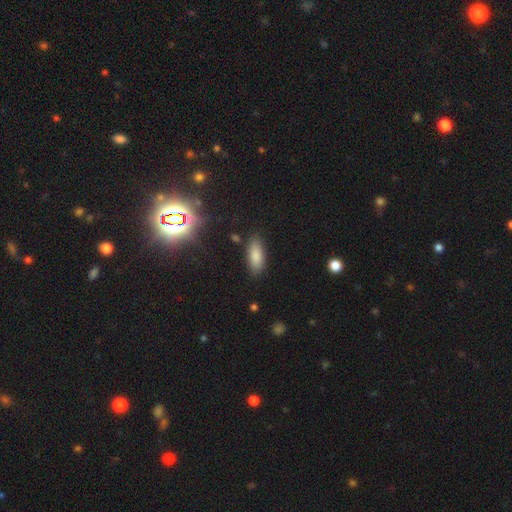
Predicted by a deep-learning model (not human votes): smooth_or_featured: smooth (p=0.83) [alt: star or artifact p=0.09]
how_rounded: in between (p=0.78) [alt: cigar-shaped p=0.19]
merging: none (p=0.84) [alt: minor disturbance p=0.11]